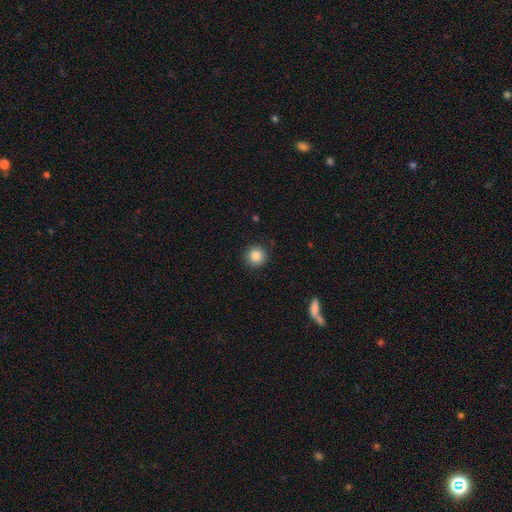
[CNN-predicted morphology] Smooth or featured? Predicted: smooth (p=0.86). How rounded? Predicted: round (p=0.95). Merging? Predicted: none (p=0.91).